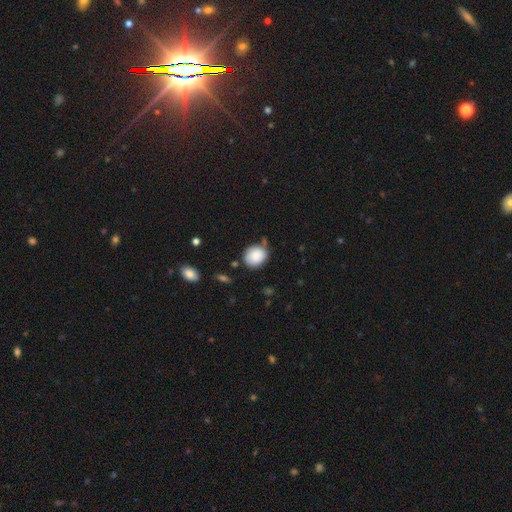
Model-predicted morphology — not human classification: Overall: smooth (84%). How rounded: round (69%; in between 30%). Merging: none (70%).